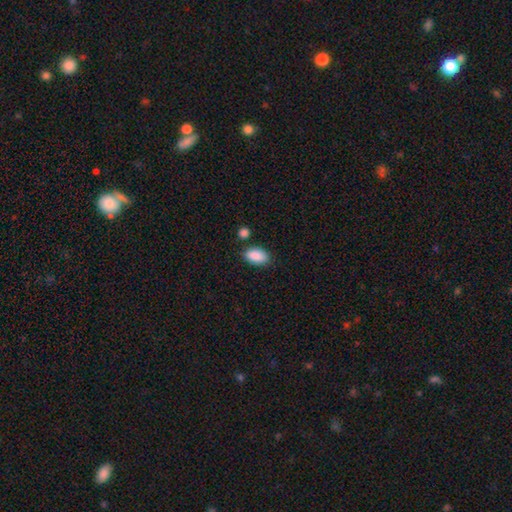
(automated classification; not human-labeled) Overall: smooth (90%). How rounded: in between (93%). Merging: none (78%).